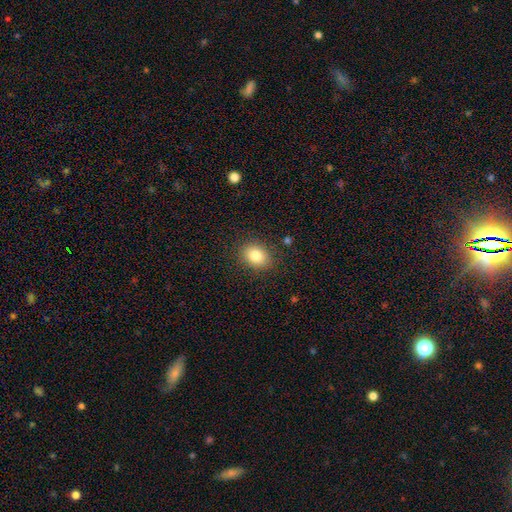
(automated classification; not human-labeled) This appears to be a smooth galaxy with no disk features (84%) that is in between round and cigar-shaped (56%). Merging: none (86%).